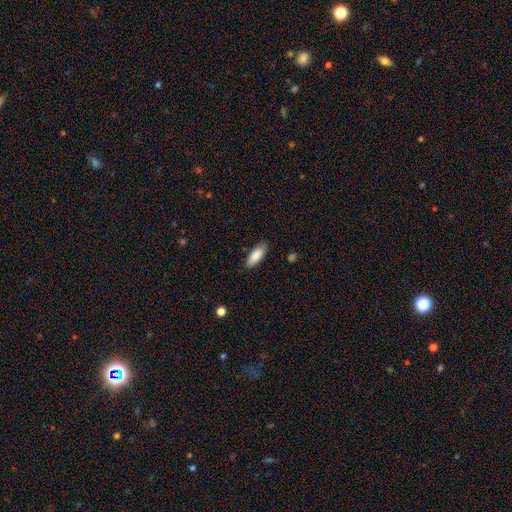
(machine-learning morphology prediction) Smooth or featured?
  - smooth: 87% *
  - featured or disk: 7%
  - star or artifact: 6%
How rounded?
  - in between: 75% *
  - cigar-shaped: 23%
  - round: 2%
Merging?
  - none: 85% *
  - minor disturbance: 12%
  - major disturbance: 2%
  - merger: 1%